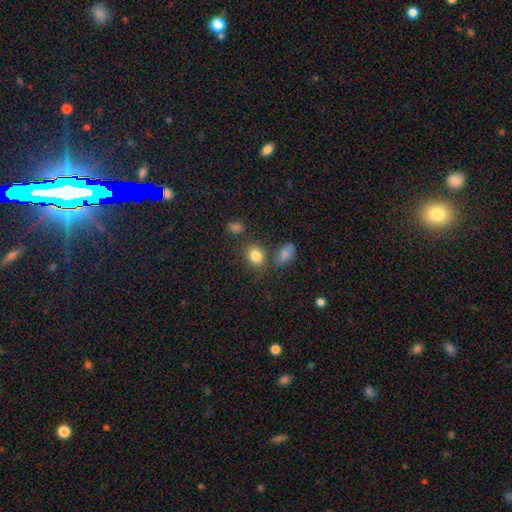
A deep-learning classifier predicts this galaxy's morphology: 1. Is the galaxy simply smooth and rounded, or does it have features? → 83% smooth, 11% star or artifact, 6% featured or disk.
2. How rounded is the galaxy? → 58% round, 41% in between, 1% cigar-shaped.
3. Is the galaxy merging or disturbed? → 69% none, 14% minor disturbance, 12% merger, 5% major disturbance.